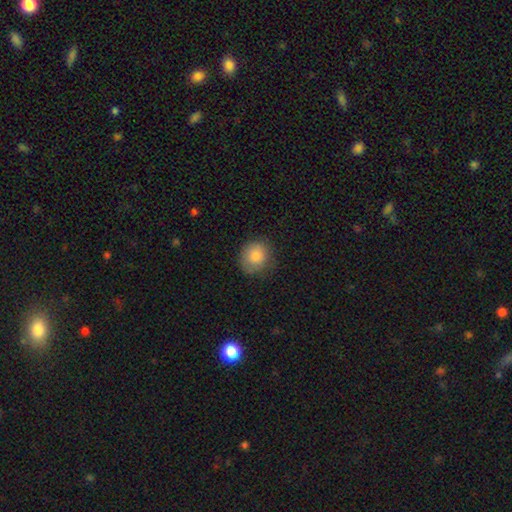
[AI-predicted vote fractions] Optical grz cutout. It shows a smooth galaxy with no disk features (83%) that is round (79%). Merging: none (78%).